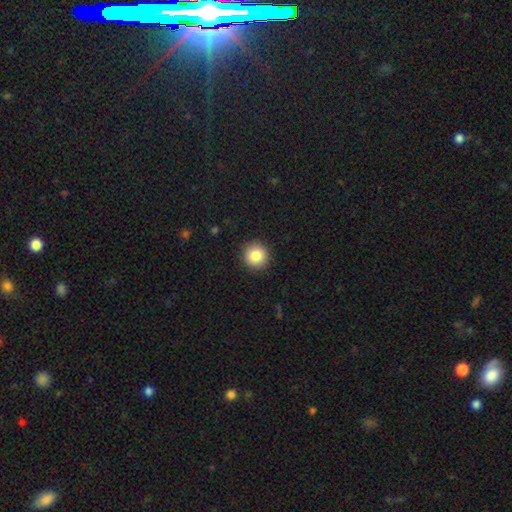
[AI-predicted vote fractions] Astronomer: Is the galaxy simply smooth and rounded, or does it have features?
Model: smooth — 85%.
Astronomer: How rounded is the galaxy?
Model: round — 94%.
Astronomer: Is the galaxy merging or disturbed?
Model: none — 92%.